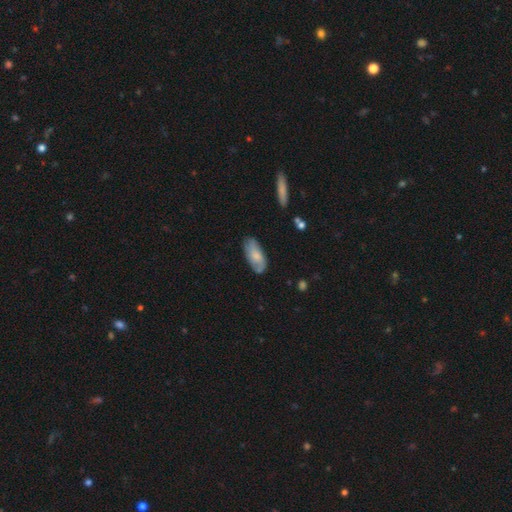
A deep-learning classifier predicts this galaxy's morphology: Smooth or featured? Predicted: smooth (p=0.67). How rounded? Predicted: in between (p=0.90). Merging? Predicted: none (p=0.72).